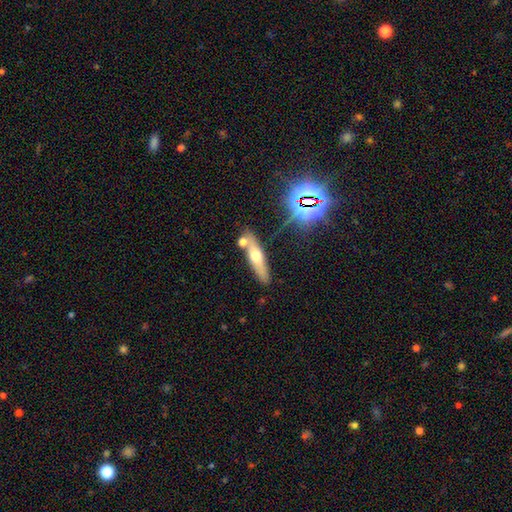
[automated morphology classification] Smooth or featured? Predicted: smooth (p=0.49). Merging? Predicted: none (p=0.70).